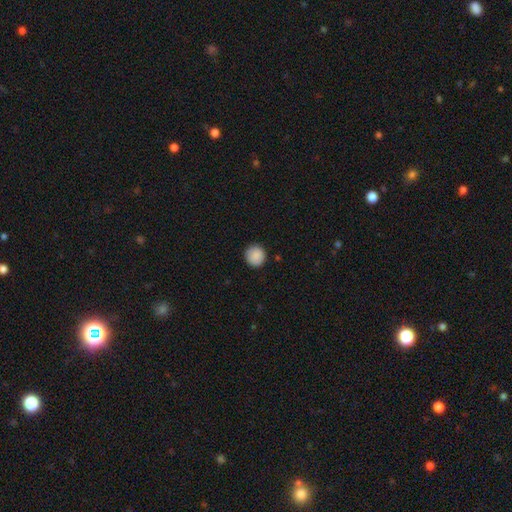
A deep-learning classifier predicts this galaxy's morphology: This is clearly a smooth galaxy (89%). How rounded: clearly round (93%). Merging: clearly none (88%).